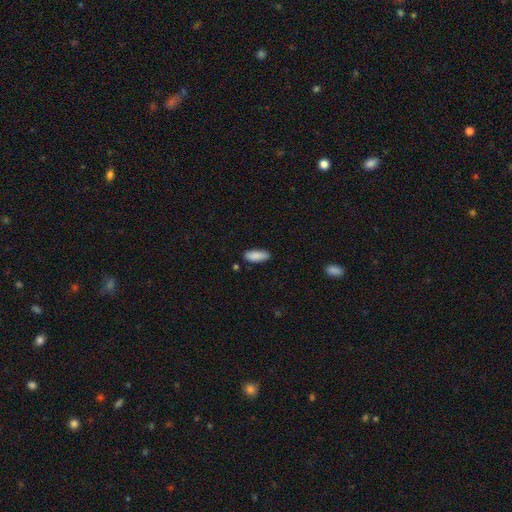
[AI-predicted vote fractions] Morphology: type=smooth (89%); roundness=in between (80%); merging=none (85%).